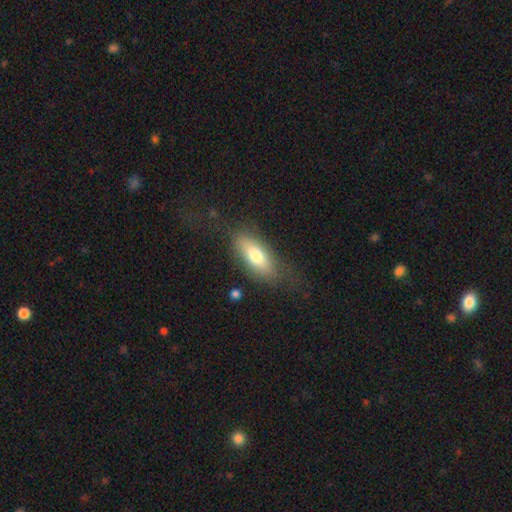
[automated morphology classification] Overall: smooth (73%). How rounded: in between (78%). Merging: none (72%).